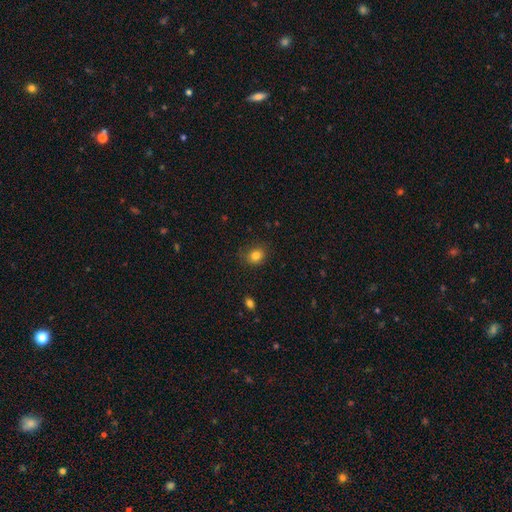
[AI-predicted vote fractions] Morphology: type=smooth (81%); roundness=round (64%); merging=none (81%).